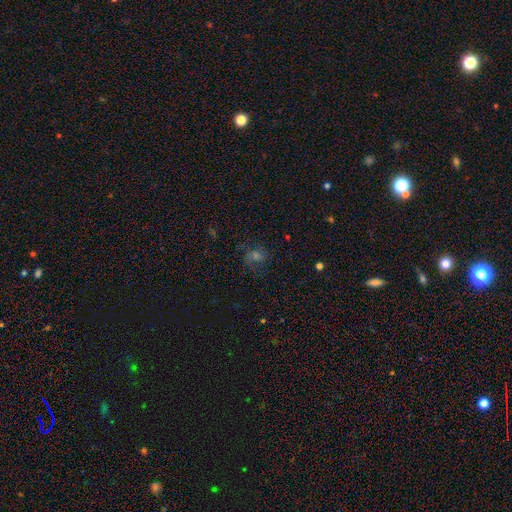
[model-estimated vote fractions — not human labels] This is marginally a featured or disk galaxy (37%). Merging: likely none (65%).